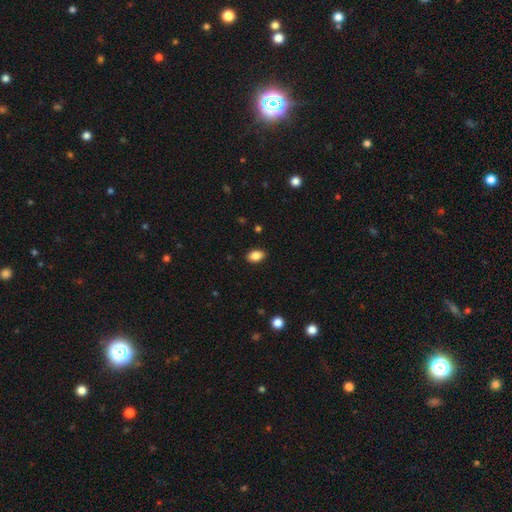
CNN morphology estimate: Q: Smooth or featured?
A: smooth (86%); runner-up: star or artifact (8%)
Q: How rounded?
A: in between (88%); runner-up: round (10%)
Q: Merging?
A: none (89%); runner-up: minor disturbance (8%)